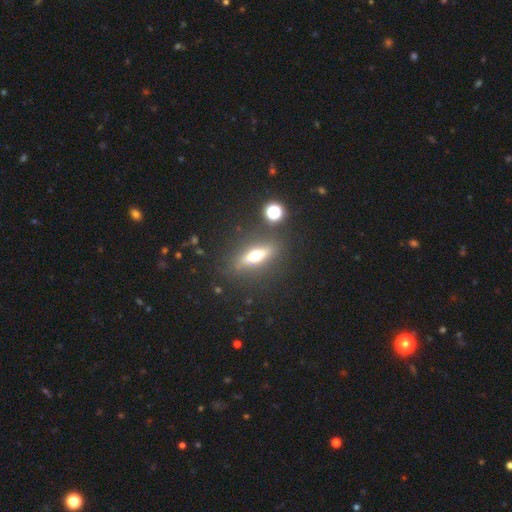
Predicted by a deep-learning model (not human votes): Smooth or featured?
  - featured or disk: 46% *
  - smooth: 43%
  - star or artifact: 10%
Merging?
  - none: 83% *
  - minor disturbance: 10%
  - major disturbance: 4%
  - merger: 3%